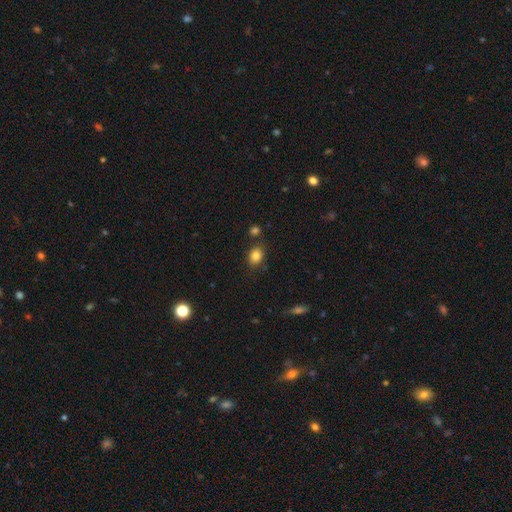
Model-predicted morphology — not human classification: This is clearly a smooth galaxy (84%). How rounded: likely in between (61%). Merging: likely none (78%).